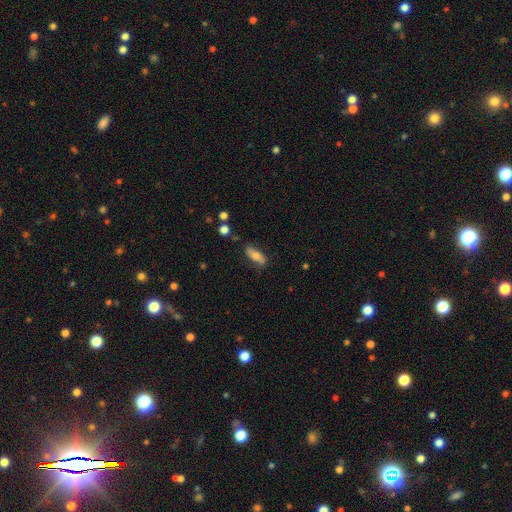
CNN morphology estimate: Smooth or featured? Predicted: smooth (p=0.66). How rounded? Predicted: in between (p=0.64). Merging? Predicted: none (p=0.73).